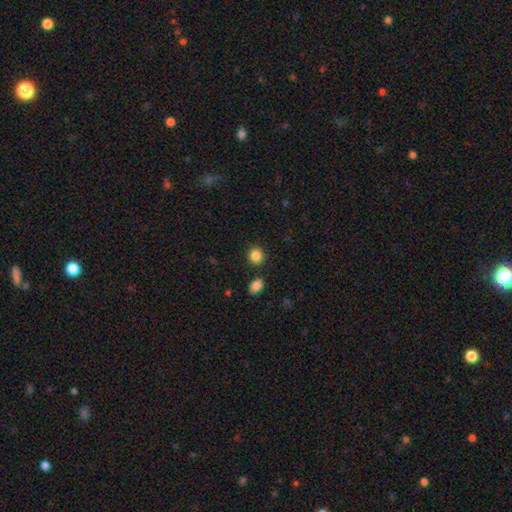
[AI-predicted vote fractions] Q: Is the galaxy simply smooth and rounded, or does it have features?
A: smooth — 87%.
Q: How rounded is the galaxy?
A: round — 80%.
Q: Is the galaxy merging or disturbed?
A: none — 86%.